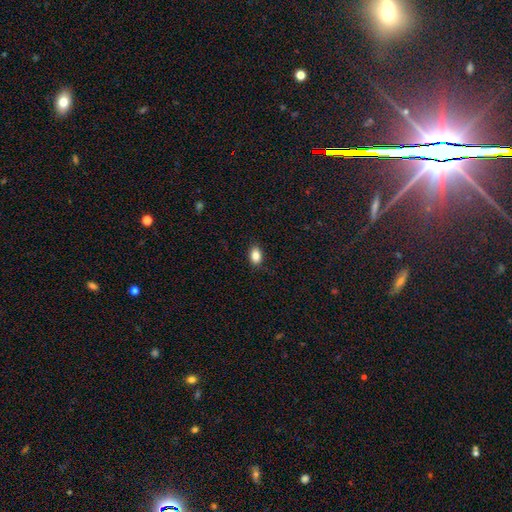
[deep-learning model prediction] This appears to be a smooth galaxy with no disk features (87%) that is in between round and cigar-shaped (84%). Merging: none (87%).